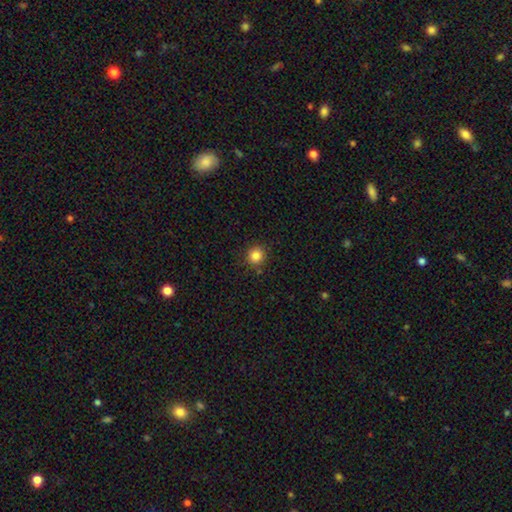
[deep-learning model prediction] Morphology: type=smooth (84%); roundness=round (91%); merging=none (88%).